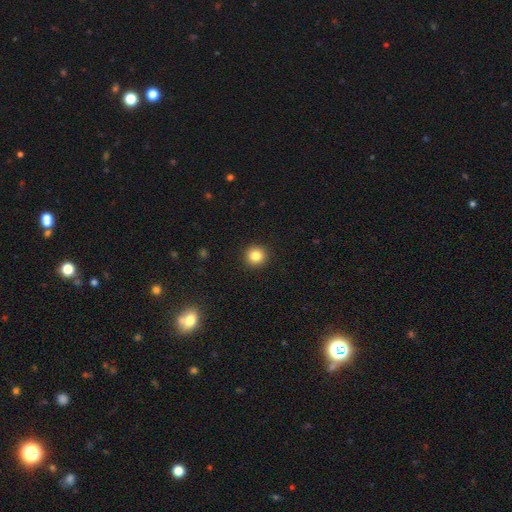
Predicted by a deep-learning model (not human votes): Morphology: type=smooth (84%); roundness=round (94%); merging=none (93%).